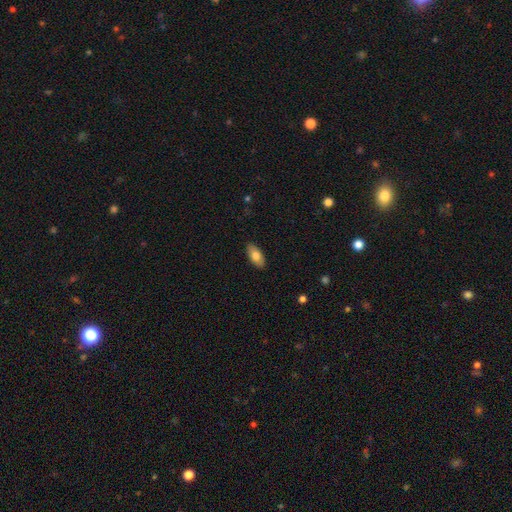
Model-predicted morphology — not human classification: This is likely a smooth galaxy (79%). How rounded: clearly in between (91%). Merging: clearly none (89%).